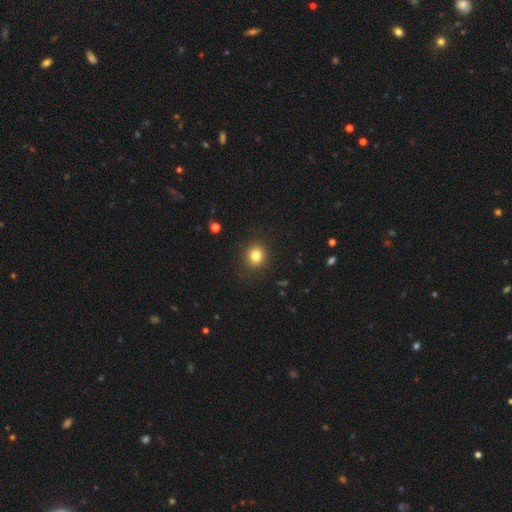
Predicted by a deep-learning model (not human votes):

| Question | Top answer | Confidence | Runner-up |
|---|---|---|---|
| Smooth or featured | smooth | 81% | star or artifact (12%) |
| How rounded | round | 81% | in between (18%) |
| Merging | none | 90% | minor disturbance (7%) |